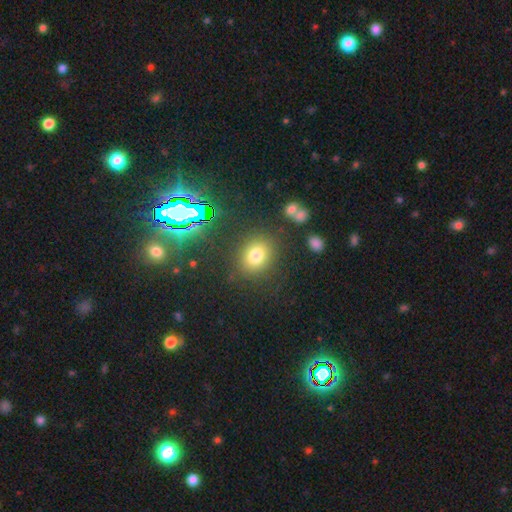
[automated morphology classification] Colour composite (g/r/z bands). It shows a smooth galaxy with no disk features (67%) that is round (52%). Merging: none (84%).